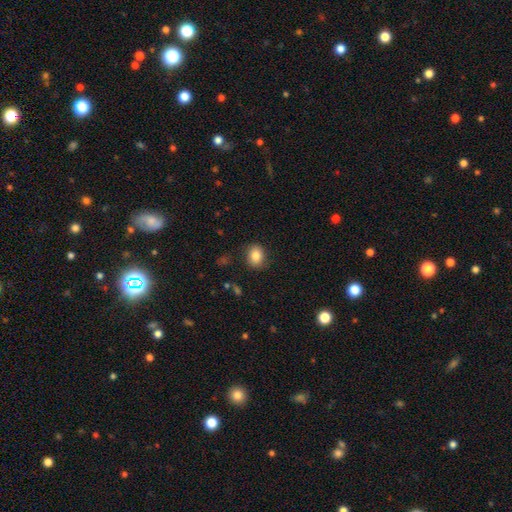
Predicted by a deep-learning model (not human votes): A smooth galaxy with no disk features (84%) that is round (52%).

Vote fractions:
- Smooth or featured? smooth: 84% / star or artifact: 9% / featured or disk: 7%
- How rounded? round: 52% / in between: 47% / cigar-shaped: 1%
- Merging? none: 86% / minor disturbance: 10% / major disturbance: 3% / merger: 1%